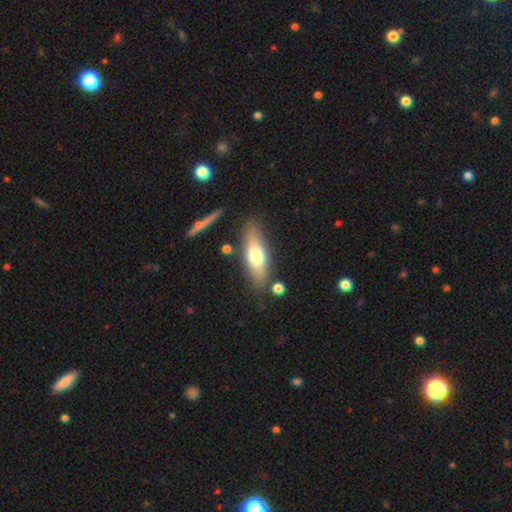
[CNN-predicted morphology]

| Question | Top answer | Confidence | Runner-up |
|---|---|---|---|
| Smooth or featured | smooth | 59% | featured or disk (35%) |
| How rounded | in between | 50% | cigar-shaped (47%) |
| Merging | none | 80% | minor disturbance (12%) |